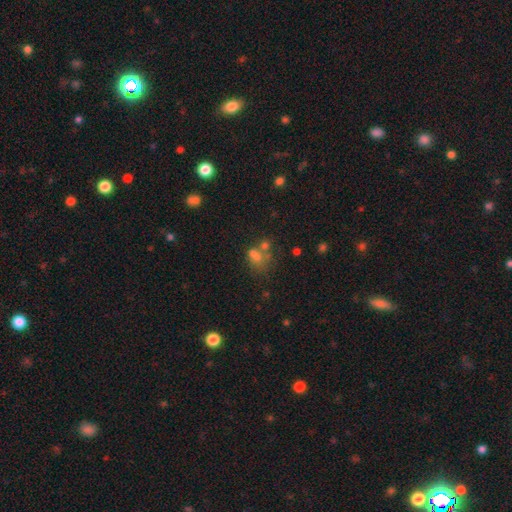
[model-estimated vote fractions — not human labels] A smooth galaxy with no disk features (59%) that is in between round and cigar-shaped (56%). Merging: merger (38%).